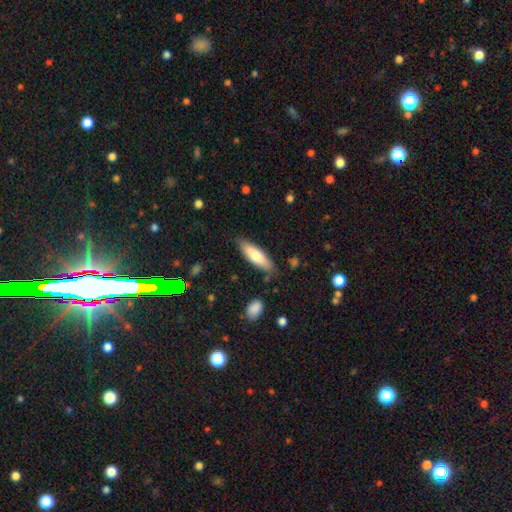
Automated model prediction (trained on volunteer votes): Morphology: type=smooth (73%); roundness=cigar-shaped (51%); merging=none (83%).